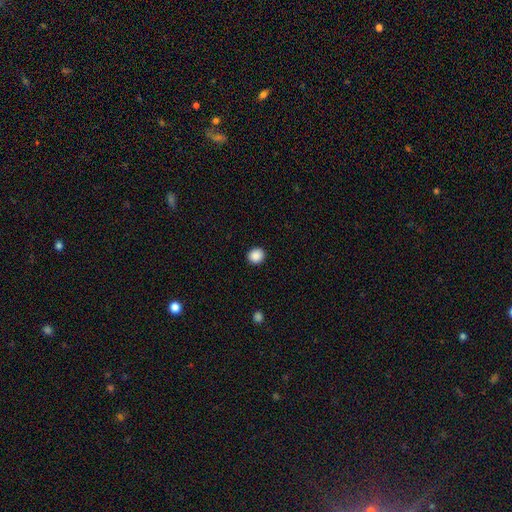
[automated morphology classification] Smooth or featured: smooth — 88% (star or artifact — 9%)
How rounded: round — 86% (in between — 13%)
Merging: none — 92% (minor disturbance — 5%)